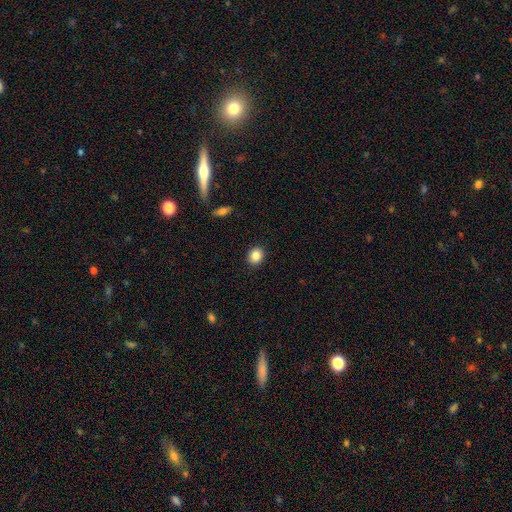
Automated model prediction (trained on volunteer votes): Smooth or featured? smooth (85%)
How rounded? round (61%)
Merging? none (91%)